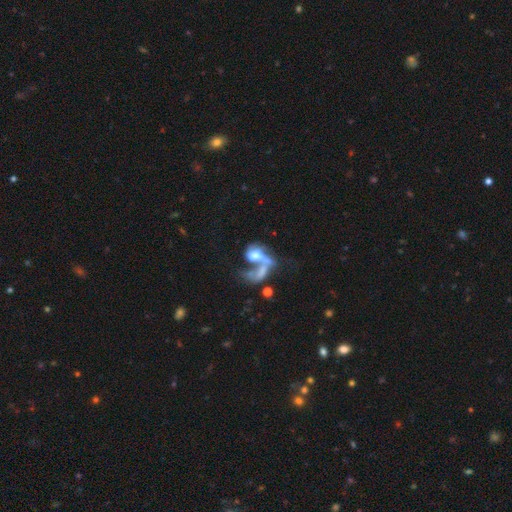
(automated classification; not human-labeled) This appears to be a featured or disk galaxy (56%) with no bar (70%), no spiral arms (52%) and a moderate central bulge (37%). Merging: merger (59%).